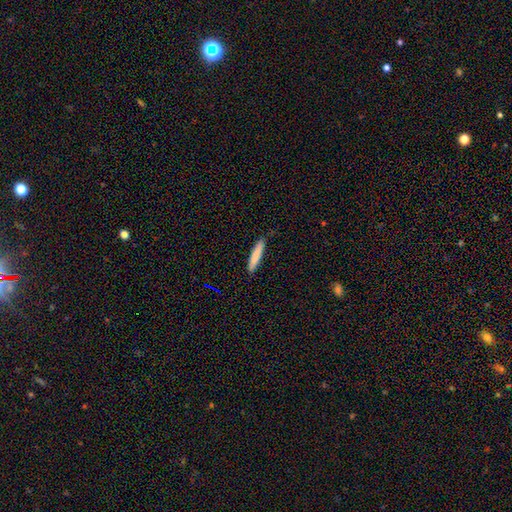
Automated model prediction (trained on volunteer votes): Overall: smooth (83%). How rounded: cigar-shaped (91%). Merging: none (88%).